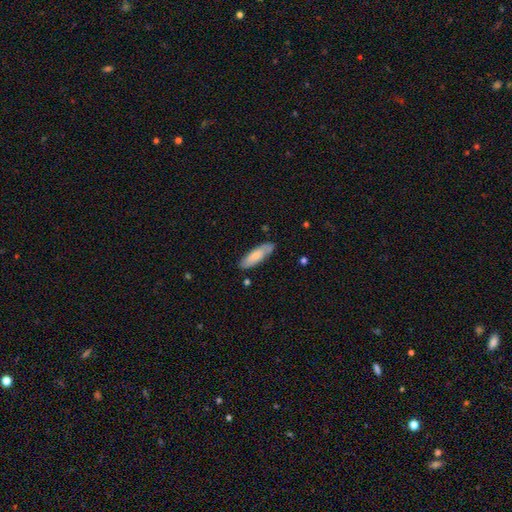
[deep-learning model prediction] A smooth galaxy with no disk features (75%) that is in between round and cigar-shaped (49%, tied with cigar-shaped).

Vote fractions:
- Smooth or featured? smooth: 75% / featured or disk: 20% / star or artifact: 5%
- How rounded? in between: 49% (tied) / cigar-shaped: 49% (tied) / round: 1%
- Merging? none: 80% / minor disturbance: 15% / major disturbance: 3% / merger: 2%